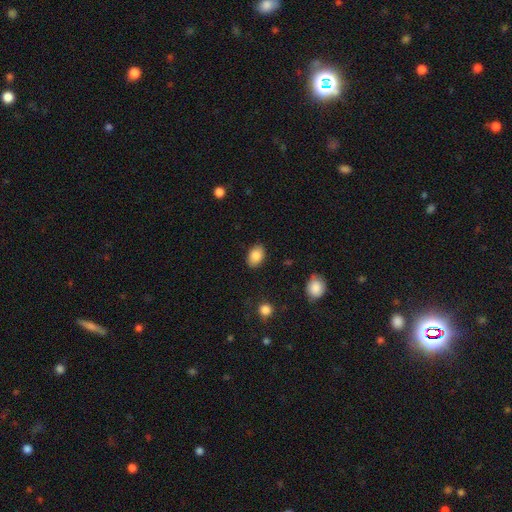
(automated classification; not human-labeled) Smooth or featured? smooth (86%)
How rounded? in between (83%)
Merging? none (86%)